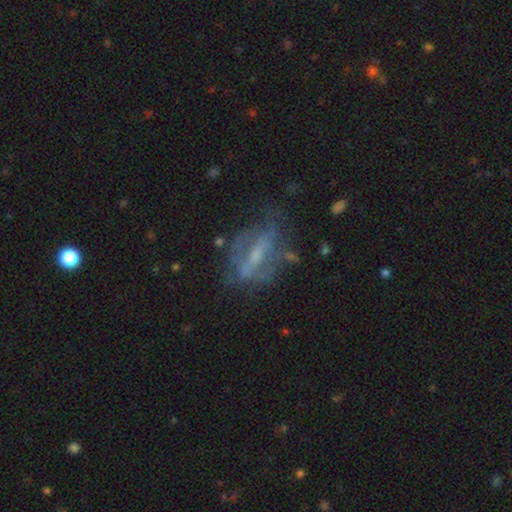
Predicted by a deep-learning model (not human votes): Smooth or featured? Predicted: featured or disk (p=0.66). Edge-on disk? Predicted: no (p=0.80). Bar? Predicted: strong (p=0.36). Spiral arms? Predicted: no (p=0.51). Bulge size? Predicted: small (p=0.45). Merging? Predicted: none (p=0.52).